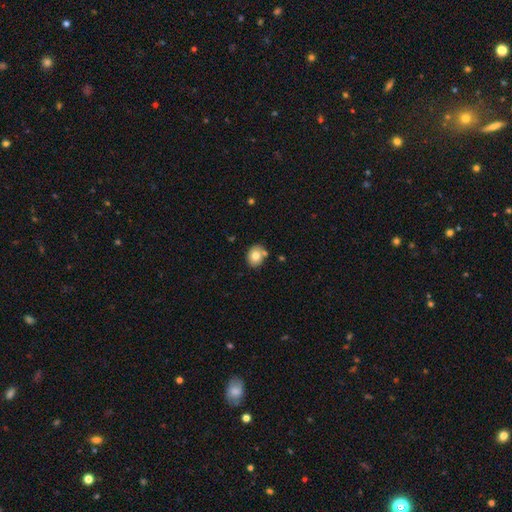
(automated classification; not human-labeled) A smooth galaxy with no disk features (79%) that is round (56%).

Vote fractions:
- Smooth or featured? smooth: 79% / featured or disk: 12% / star or artifact: 9%
- How rounded? round: 56% / in between: 43% / cigar-shaped: 1%
- Merging? none: 70% / minor disturbance: 14% / merger: 13% / major disturbance: 3%